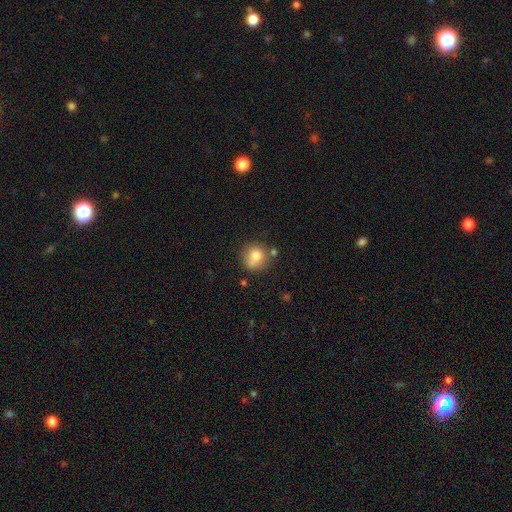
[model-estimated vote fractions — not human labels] Q: Smooth or featured?
A: smooth (75%); runner-up: featured or disk (14%)
Q: How rounded?
A: round (88%); runner-up: in between (11%)
Q: Merging?
A: none (63%); runner-up: minor disturbance (17%)